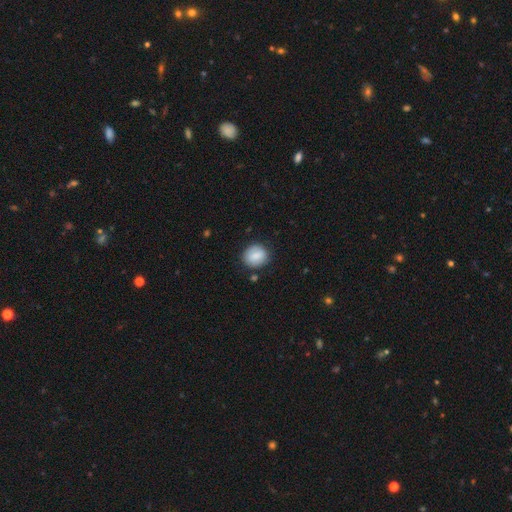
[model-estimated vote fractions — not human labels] Smooth or featured?
  - smooth: 81% *
  - featured or disk: 12%
  - star or artifact: 7%
How rounded?
  - round: 77% *
  - in between: 22%
  - cigar-shaped: 1%
Merging?
  - none: 81% *
  - minor disturbance: 13%
  - major disturbance: 3%
  - merger: 2%